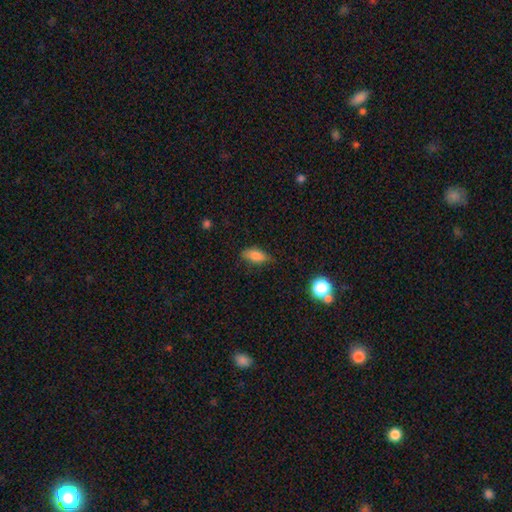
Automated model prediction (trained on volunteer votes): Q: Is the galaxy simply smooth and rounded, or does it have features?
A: smooth — 83%.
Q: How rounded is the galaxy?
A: in between — 83%.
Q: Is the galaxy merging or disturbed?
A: none — 71%.